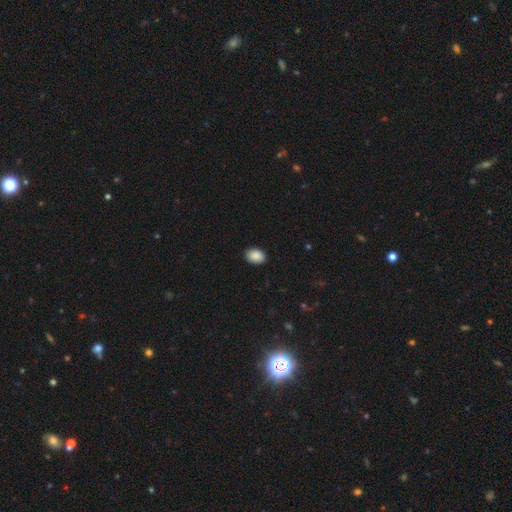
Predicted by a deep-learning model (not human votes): This is clearly a smooth galaxy (89%). How rounded: likely in between (74%). Merging: clearly none (89%).